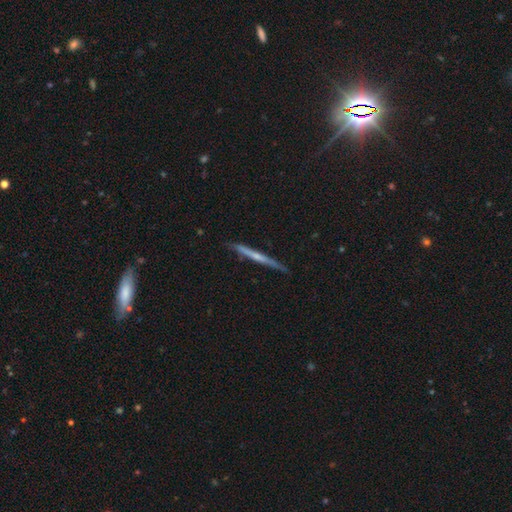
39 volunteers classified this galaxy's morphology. smooth-or-featured: featured or disk: 69% | smooth: 23% | star or artifact: 8%
  disk-edge-on: yes: 100% | no: 0%
    edge-on-bulge: none: 52% | rounded: 44% | boxy: 4%
  merging: none: 81% | minor disturbance: 19% | major disturbance: 0% | merger: 0%